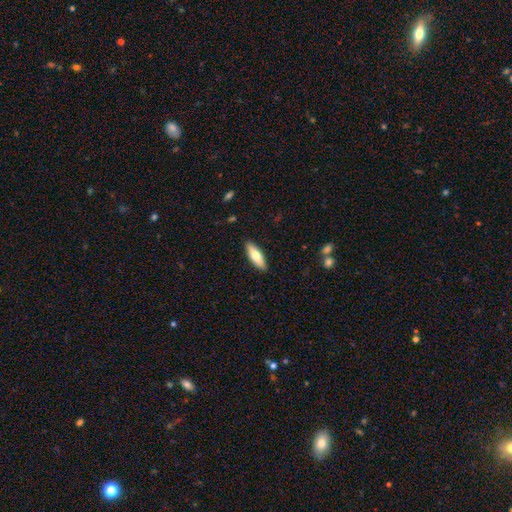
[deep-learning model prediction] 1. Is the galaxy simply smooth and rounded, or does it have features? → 68% smooth, 26% featured or disk, 6% star or artifact.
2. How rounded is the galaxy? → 55% in between, 43% cigar-shaped, 2% round.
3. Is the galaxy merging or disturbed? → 90% none, 8% minor disturbance, 2% major disturbance, 1% merger.